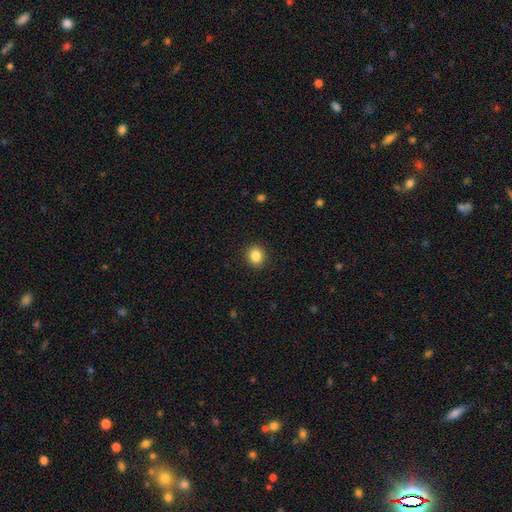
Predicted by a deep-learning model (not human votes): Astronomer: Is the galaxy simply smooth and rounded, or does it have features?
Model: smooth — 85%.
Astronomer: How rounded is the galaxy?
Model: round — 80%.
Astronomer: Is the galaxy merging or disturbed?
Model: none — 92%.